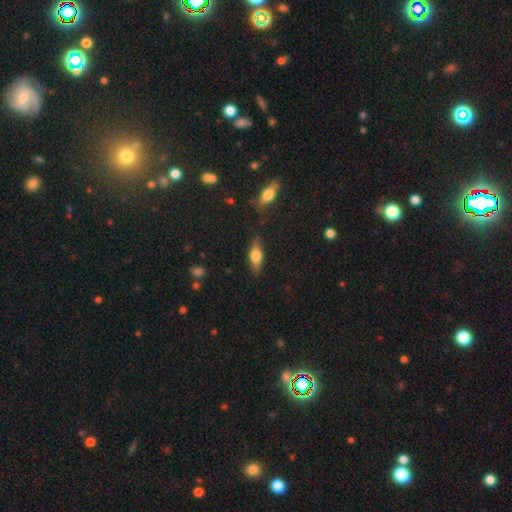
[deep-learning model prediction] Smooth or featured: smooth — 57% (featured or disk — 36%)
How rounded: in between — 60% (cigar-shaped — 36%)
Merging: none — 81% (minor disturbance — 13%)